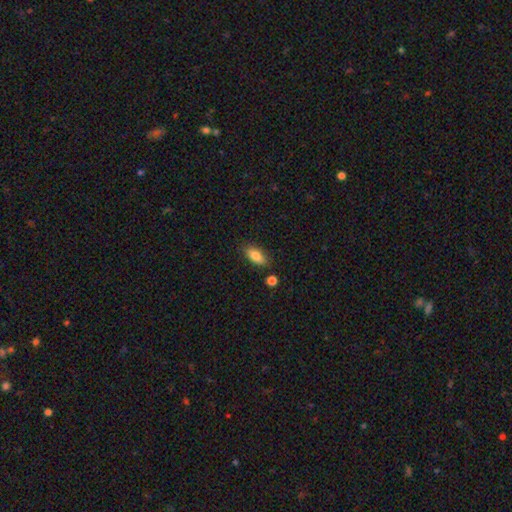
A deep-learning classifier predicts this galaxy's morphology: smooth_or_featured: smooth (p=0.82) [alt: featured or disk p=0.10]
how_rounded: in between (p=0.85) [alt: cigar-shaped p=0.12]
merging: none (p=0.82) [alt: minor disturbance p=0.12]